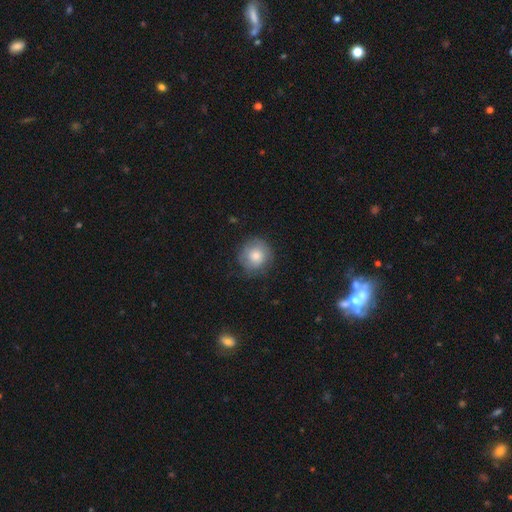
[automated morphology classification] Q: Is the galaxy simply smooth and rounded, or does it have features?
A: smooth — 69%.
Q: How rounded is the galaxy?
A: round — 89%.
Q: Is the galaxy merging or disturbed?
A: none — 75%.